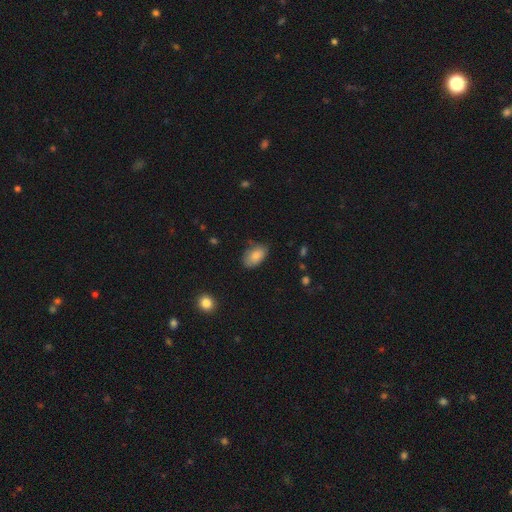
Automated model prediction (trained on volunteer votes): This is clearly a smooth galaxy (81%). How rounded: clearly in between (92%). Merging: likely none (65%).